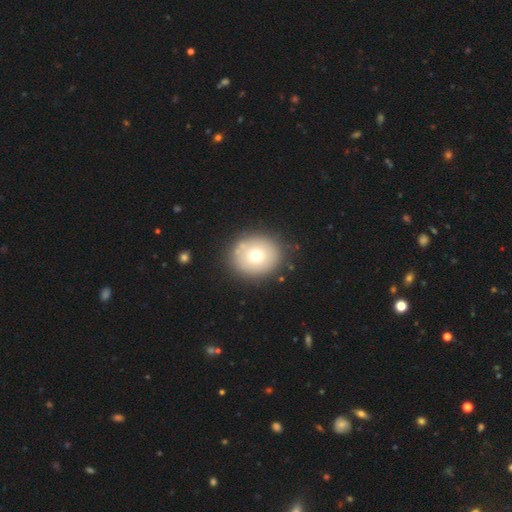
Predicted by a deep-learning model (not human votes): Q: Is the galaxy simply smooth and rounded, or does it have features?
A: smooth — 68%.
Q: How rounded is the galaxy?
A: round — 81%.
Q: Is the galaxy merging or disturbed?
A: none — 84%.